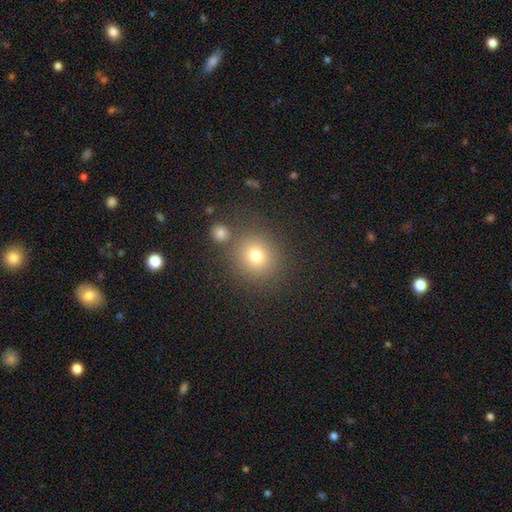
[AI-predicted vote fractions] This is likely a smooth galaxy (74%). How rounded: clearly round (89%). Merging: likely none (78%).